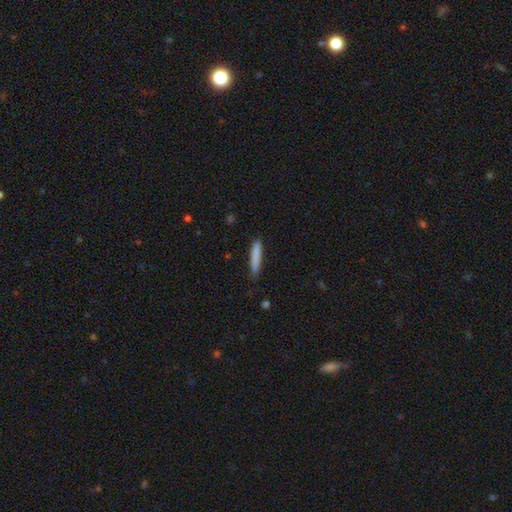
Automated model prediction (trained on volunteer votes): This is clearly a smooth galaxy (83%). How rounded: clearly cigar-shaped (91%). Merging: clearly none (83%).